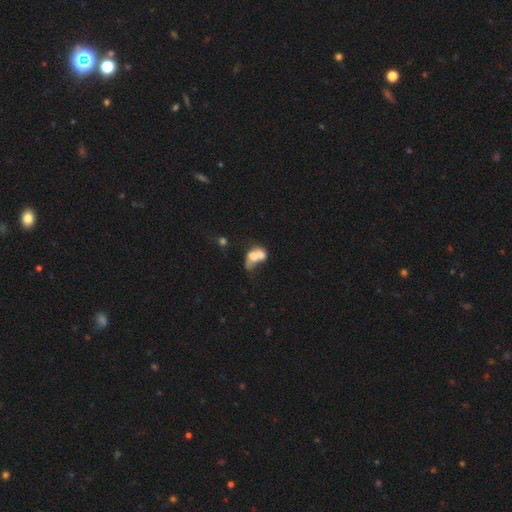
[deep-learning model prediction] A smooth galaxy with no disk features (54%) that is in between round and cigar-shaped (66%). Merging: merger (70%).